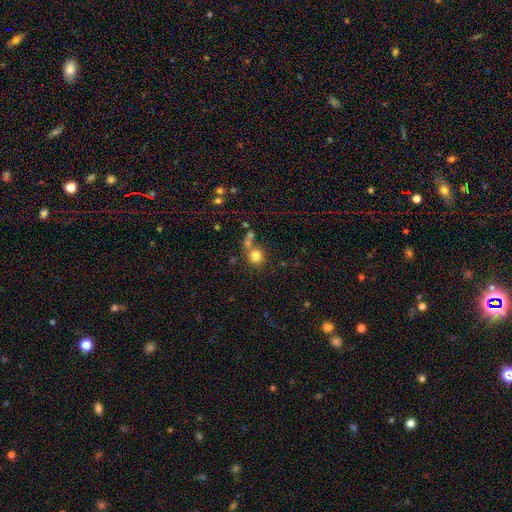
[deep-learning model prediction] smooth 78%, star or artifact 13%, featured or disk 9%. Down the decision tree: how rounded — round (89%); merging — none (56%).